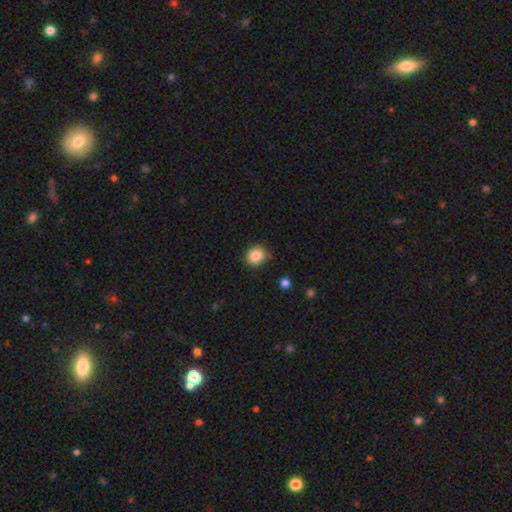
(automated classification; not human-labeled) Overall: smooth (85%). How rounded: round (75%). Merging: none (85%).